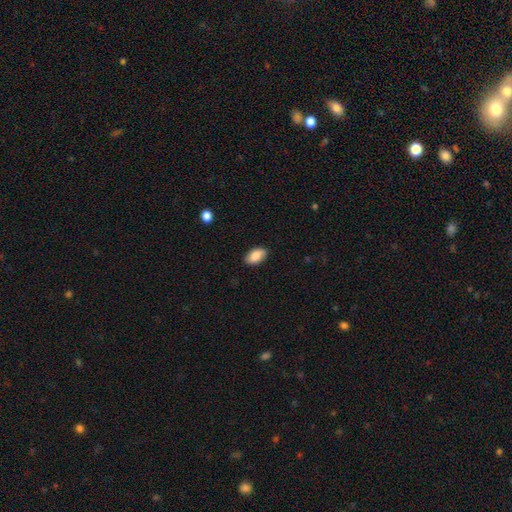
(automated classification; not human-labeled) smooth 83%, featured or disk 10%, star or artifact 7%. Down the decision tree: how rounded — in between (93%); merging — none (86%).